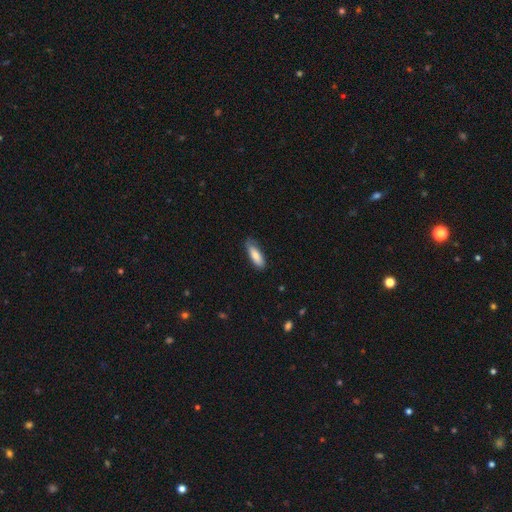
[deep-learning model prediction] smooth_or_featured: smooth (p=0.81) [alt: featured or disk p=0.13]
how_rounded: in between (p=0.56) [alt: cigar-shaped p=0.43]
merging: none (p=0.71) [alt: minor disturbance p=0.24]